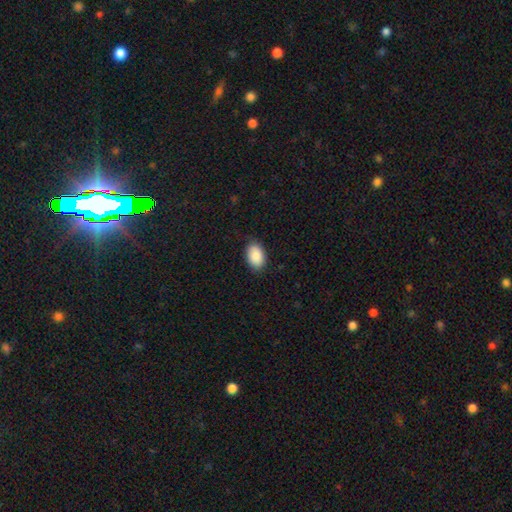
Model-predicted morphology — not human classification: A smooth galaxy with no disk features (89%) that is in between round and cigar-shaped (90%). Merging: none (85%).